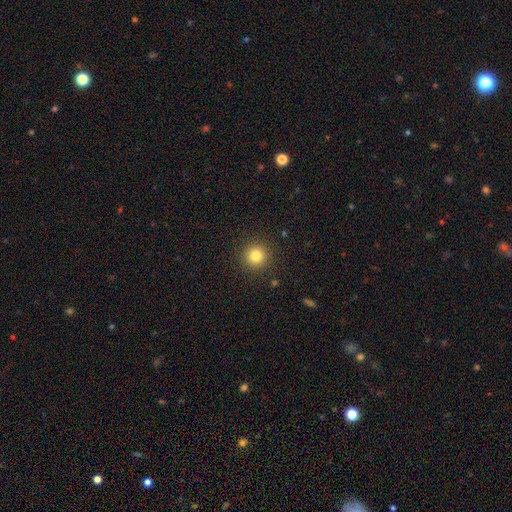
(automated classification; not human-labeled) Smooth or featured? smooth (82%)
How rounded? round (95%)
Merging? none (91%)